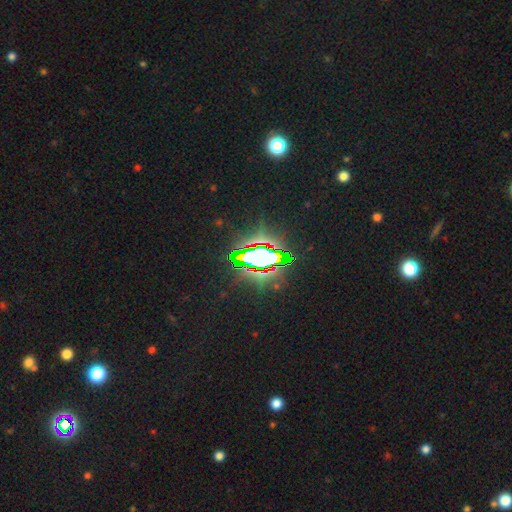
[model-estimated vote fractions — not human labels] Smooth or featured? star or artifact (76%)